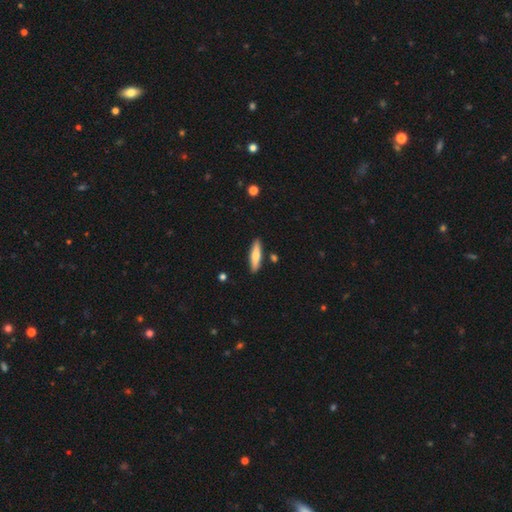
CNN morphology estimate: Overall: smooth (68%). How rounded: cigar-shaped (76%). Merging: none (87%).